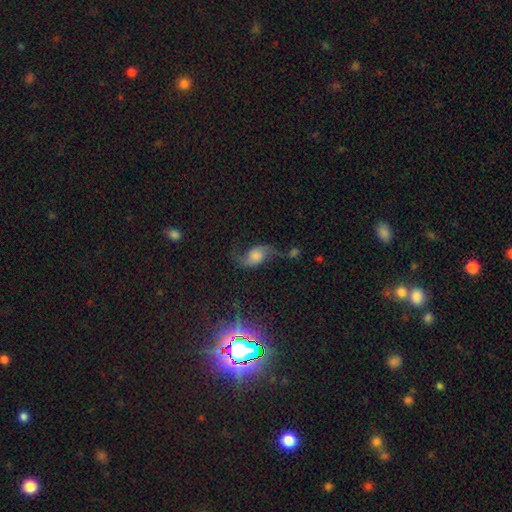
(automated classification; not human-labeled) The model was most divided on "bulge size" (2-way tie): moderate: 25%, large: 25%, none: 21%, small: 21%, dominant: 8%. More confident: edge-on disk — no (96%); spiral arms — yes (95%); spiral arm count — 2 (92%); spiral winding — loose (83%); smooth or featured — featured or disk (75%); bar — no (64%); merging — none (59%).